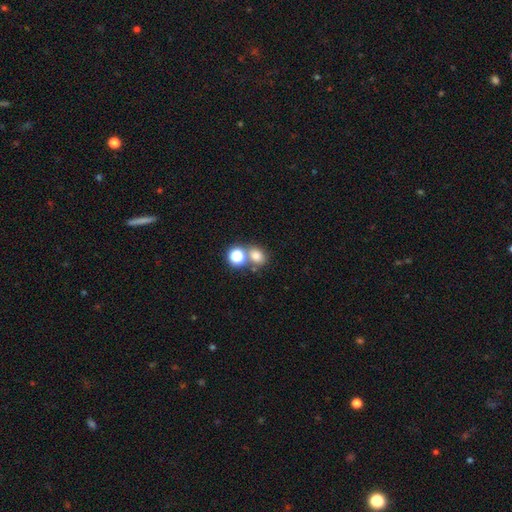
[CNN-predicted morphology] smooth-or-featured: smooth: 75% | star or artifact: 17% | featured or disk: 8%
  how-rounded: round: 59% | in between: 40% | cigar-shaped: 1%
  merging: none: 57% | merger: 31% | minor disturbance: 9% | major disturbance: 4%